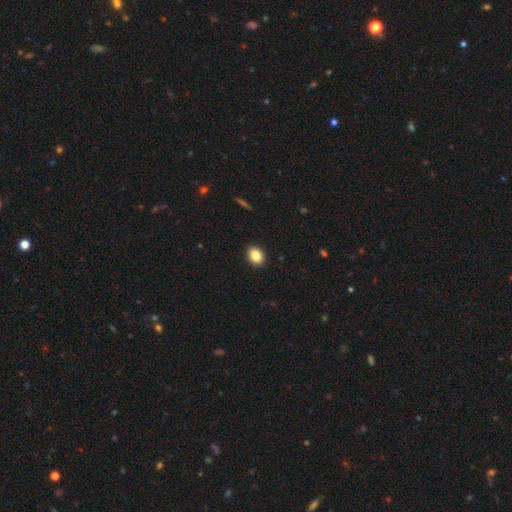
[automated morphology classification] Smooth or featured?
  - smooth: 84% *
  - star or artifact: 9%
  - featured or disk: 6%
How rounded?
  - in between: 57% *
  - round: 42%
  - cigar-shaped: 1%
Merging?
  - none: 91% *
  - minor disturbance: 6%
  - major disturbance: 2%
  - merger: 1%